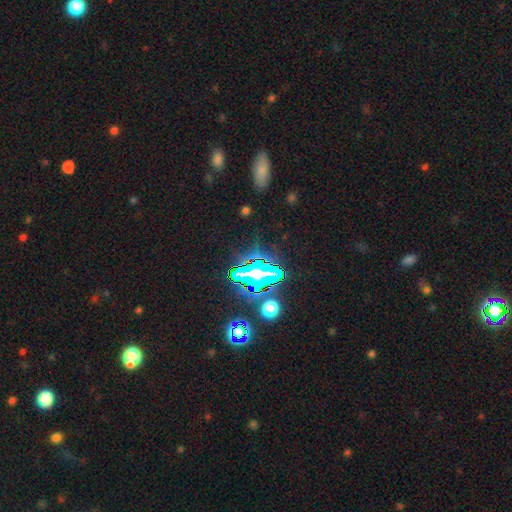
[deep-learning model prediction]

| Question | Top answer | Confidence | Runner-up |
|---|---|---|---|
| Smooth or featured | star or artifact | 75% | smooth (16%) |